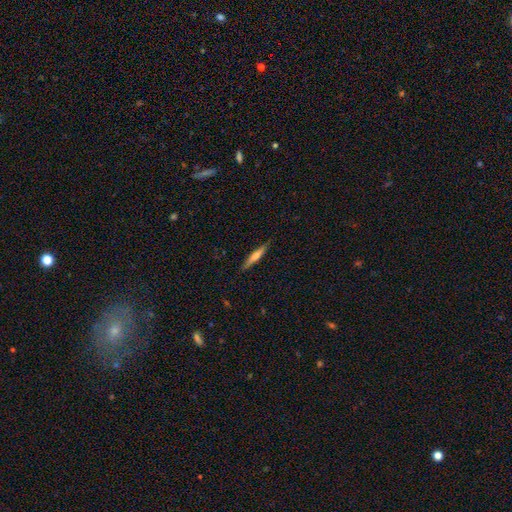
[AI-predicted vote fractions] Overall: smooth (51%; featured or disk 43%). How rounded: cigar-shaped (92%). Merging: none (88%).